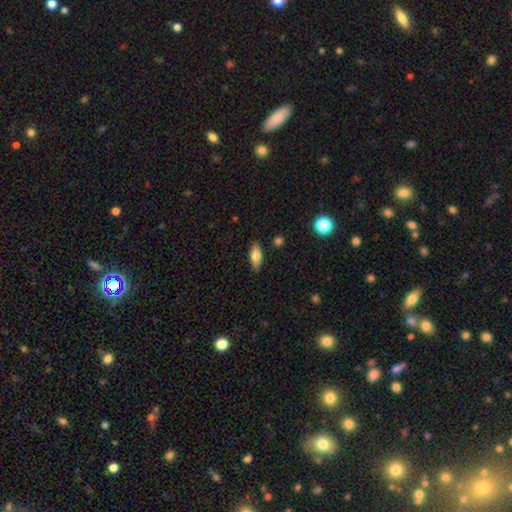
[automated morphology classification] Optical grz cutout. It shows a smooth galaxy with no disk features (74%) that is in between round and cigar-shaped (75%). Merging: none (87%).